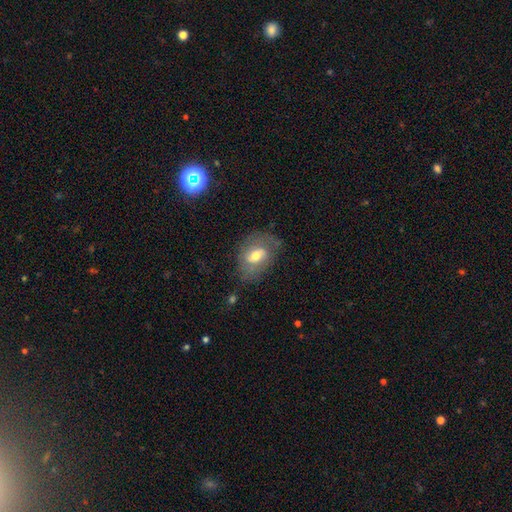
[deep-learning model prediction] Q: Smooth or featured?
A: smooth (47%); runner-up: featured or disk (45%)
Q: Merging?
A: none (61%); runner-up: minor disturbance (25%)